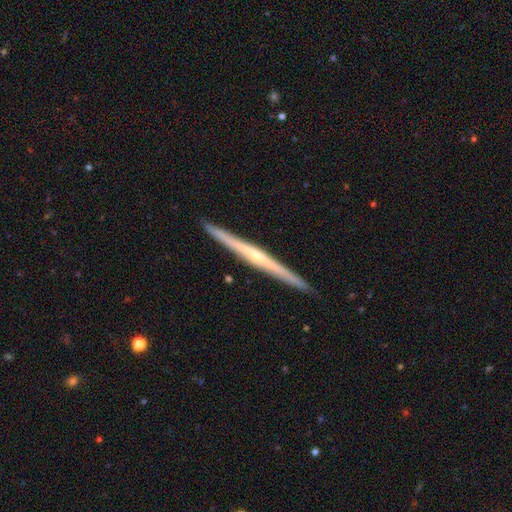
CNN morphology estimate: Q: Smooth or featured?
A: featured or disk (79%); runner-up: smooth (16%)
Q: Edge-on disk?
A: yes (98%); runner-up: no (2%)
Q: Edge-on bulge?
A: rounded (57%); runner-up: none (38%)
Q: Merging?
A: none (93%); runner-up: minor disturbance (5%)